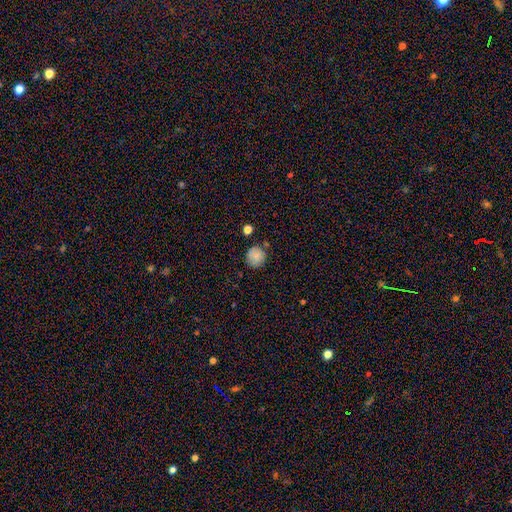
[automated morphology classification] Q: Smooth or featured?
A: smooth (81%); runner-up: featured or disk (9%)
Q: How rounded?
A: round (90%); runner-up: in between (9%)
Q: Merging?
A: none (78%); runner-up: minor disturbance (15%)